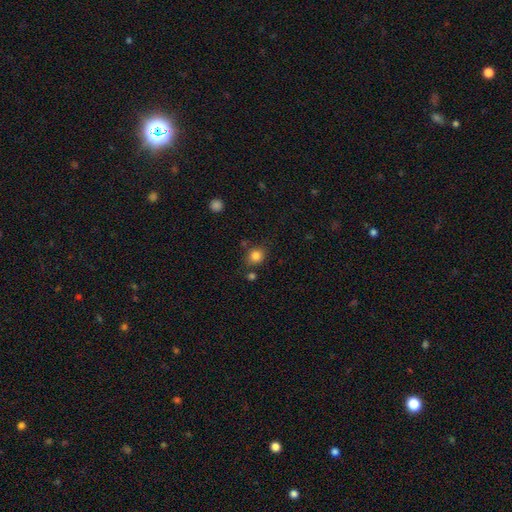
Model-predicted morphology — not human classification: A smooth galaxy with no disk features (82%) that is round (77%).

Vote fractions:
- Smooth or featured? smooth: 82% / star or artifact: 12% / featured or disk: 6%
- How rounded? round: 77% / in between: 22% / cigar-shaped: 1%
- Merging? none: 74% / minor disturbance: 14% / merger: 7% / major disturbance: 4%